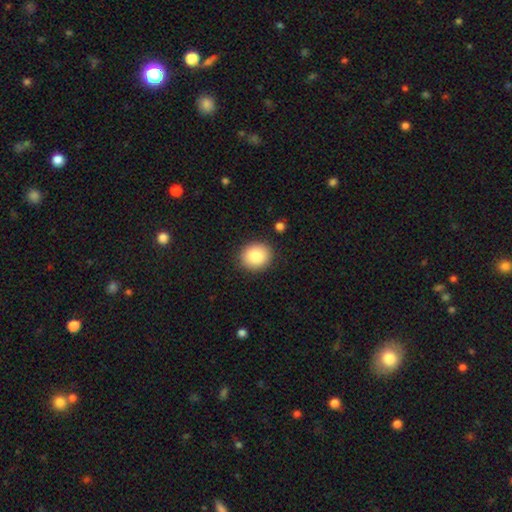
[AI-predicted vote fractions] Smooth or featured? smooth (85%)
How rounded? round (73%)
Merging? none (89%)